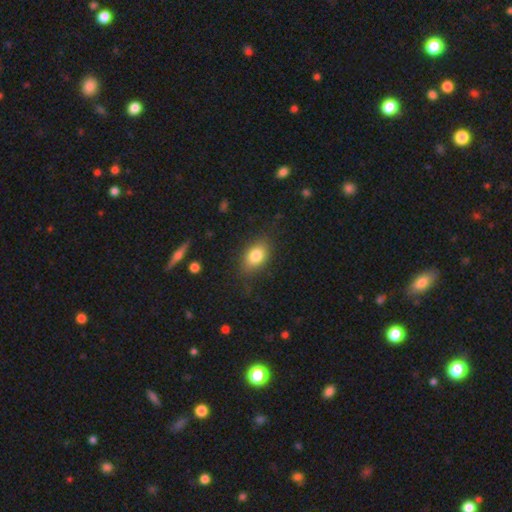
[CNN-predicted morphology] Q: Smooth or featured?
A: smooth (81%); runner-up: featured or disk (10%)
Q: How rounded?
A: in between (80%); runner-up: round (18%)
Q: Merging?
A: none (80%); runner-up: minor disturbance (15%)